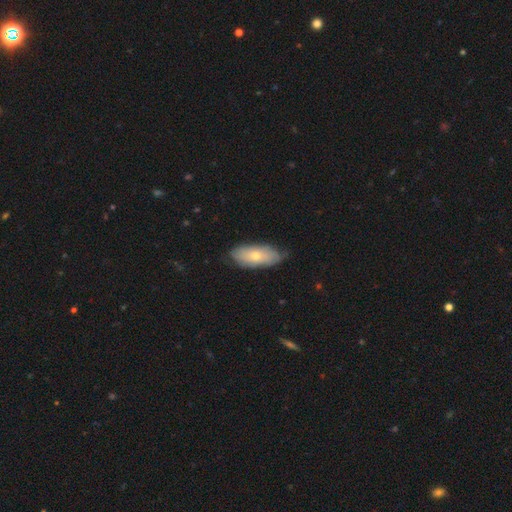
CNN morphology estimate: smooth_or_featured: smooth (p=0.63) [alt: featured or disk p=0.31]
how_rounded: in between (p=0.86) [alt: cigar-shaped p=0.11]
merging: none (p=0.71) [alt: minor disturbance p=0.24]